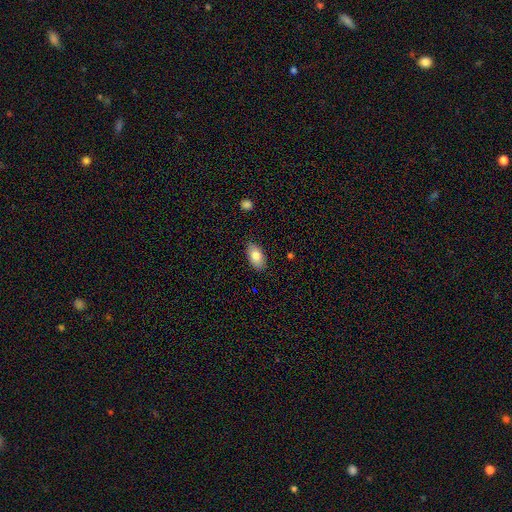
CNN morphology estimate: Smooth or featured? smooth (82%)
How rounded? in between (93%)
Merging? none (85%)